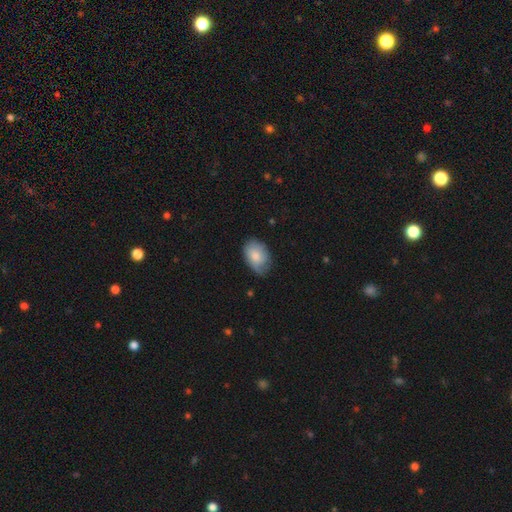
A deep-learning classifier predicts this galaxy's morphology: Smooth or featured? Predicted: smooth (p=0.70). How rounded? Predicted: in between (p=0.86). Merging? Predicted: none (p=0.63).